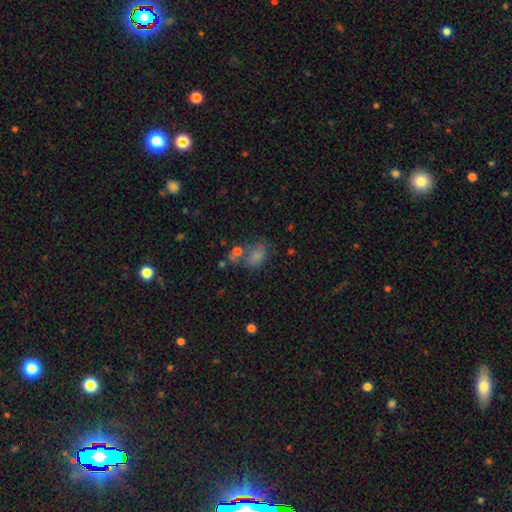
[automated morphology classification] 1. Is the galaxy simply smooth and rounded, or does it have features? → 68% smooth, 17% star or artifact, 15% featured or disk.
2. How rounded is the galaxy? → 78% in between, 20% round, 2% cigar-shaped.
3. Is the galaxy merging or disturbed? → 39% none, 23% minor disturbance, 21% major disturbance, 18% merger.